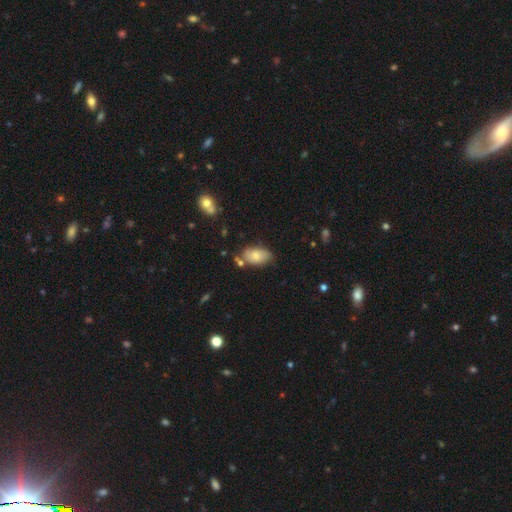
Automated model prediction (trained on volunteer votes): The model was most divided on "merging": none: 61%, minor disturbance: 25%, merger: 9%, major disturbance: 5%. More confident: how rounded — in between (91%); smooth or featured — smooth (70%).